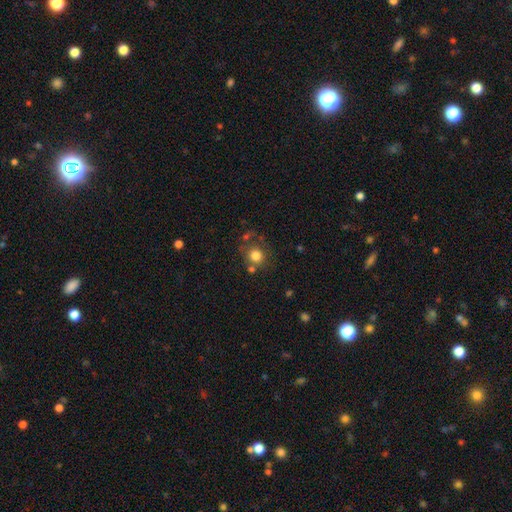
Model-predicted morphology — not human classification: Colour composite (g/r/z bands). It shows a smooth galaxy with no disk features (78%) that is round (83%). Merging: none (64%).